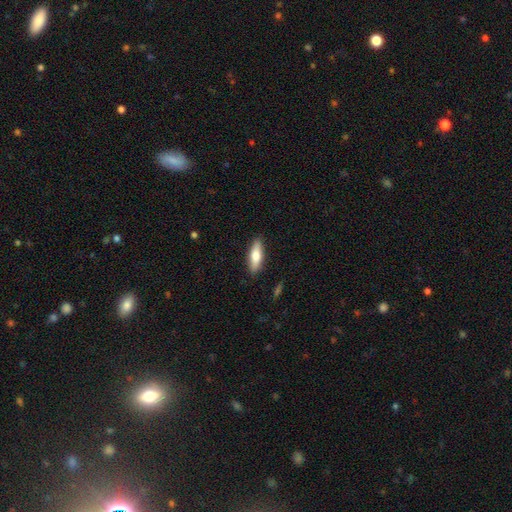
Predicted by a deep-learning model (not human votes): Smooth or featured? Predicted: smooth (p=0.70). How rounded? Predicted: cigar-shaped (p=0.51). Merging? Predicted: none (p=0.88).